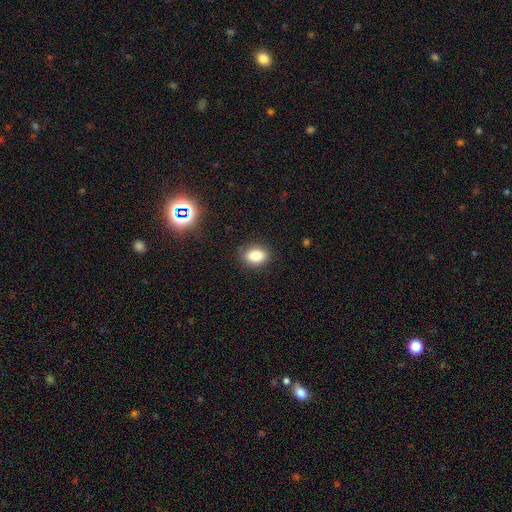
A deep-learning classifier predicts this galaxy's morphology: The model was most divided on "how rounded": in between: 67%, round: 32%, cigar-shaped: 1%. More confident: merging — none (86%); smooth or featured — smooth (82%).